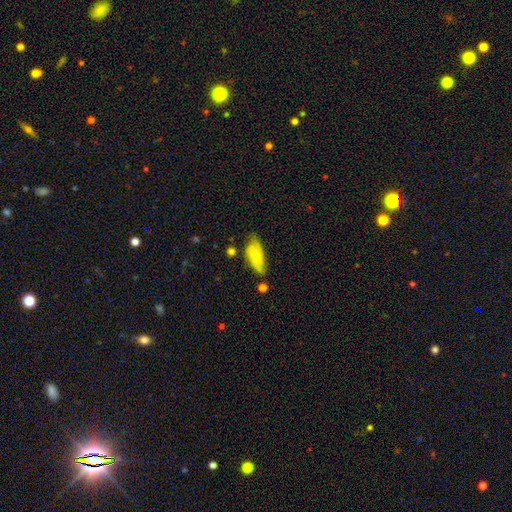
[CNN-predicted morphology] smooth-or-featured: smooth: 68% | featured or disk: 26% | star or artifact: 6%
  how-rounded: in between: 84% | cigar-shaped: 13% | round: 3%
  merging: none: 63% | minor disturbance: 28% | major disturbance: 6% | merger: 4%